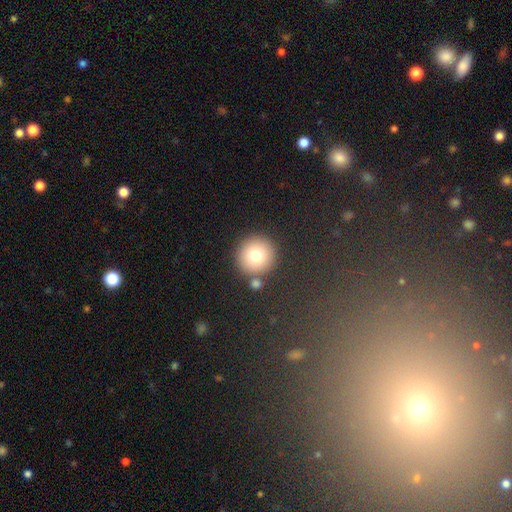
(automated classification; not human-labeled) The model was most divided on "smooth or featured": smooth: 77%, featured or disk: 12%, star or artifact: 12%. More confident: how rounded — round (94%); merging — none (84%).